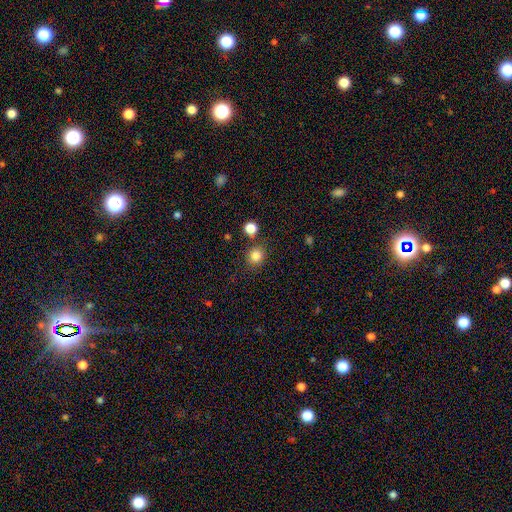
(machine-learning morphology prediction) Smooth or featured? smooth (84%)
How rounded? round (83%)
Merging? none (78%)